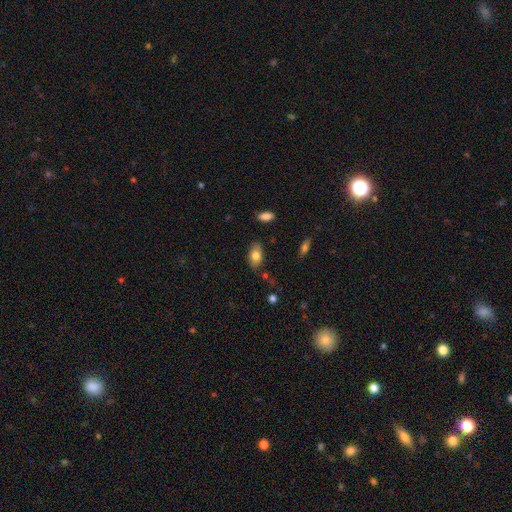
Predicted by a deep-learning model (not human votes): This appears to be a smooth galaxy with no disk features (79%) that is in between round and cigar-shaped (89%). Merging: none (79%).